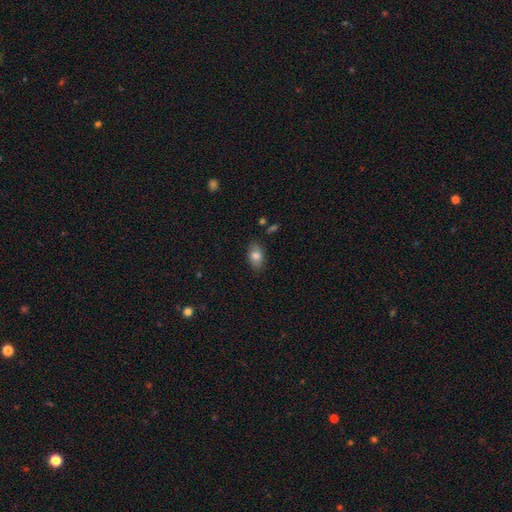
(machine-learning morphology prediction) Smooth or featured: smooth — 81% (featured or disk — 12%)
How rounded: in between — 88% (round — 10%)
Merging: none — 83% (minor disturbance — 12%)